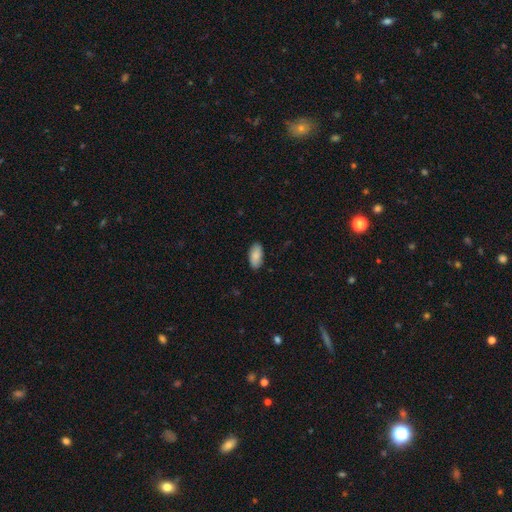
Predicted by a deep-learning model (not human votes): Smooth or featured? Predicted: smooth (p=0.88). How rounded? Predicted: in between (p=0.93). Merging? Predicted: none (p=0.88).